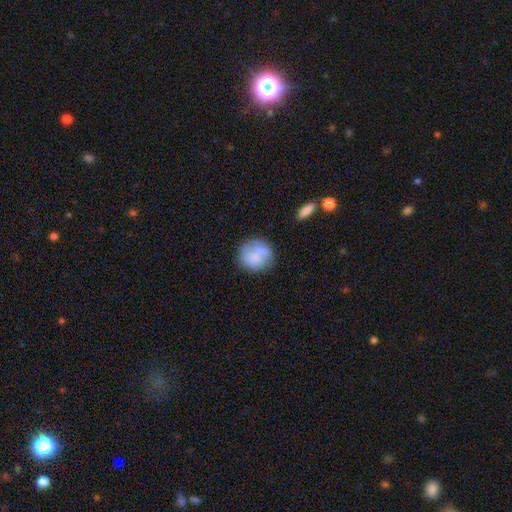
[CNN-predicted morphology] smooth-or-featured: smooth: 64% | featured or disk: 28% | star or artifact: 8%
  how-rounded: round: 86% | in between: 13% | cigar-shaped: 1%
  merging: none: 60% | minor disturbance: 21% | major disturbance: 10% | merger: 9%